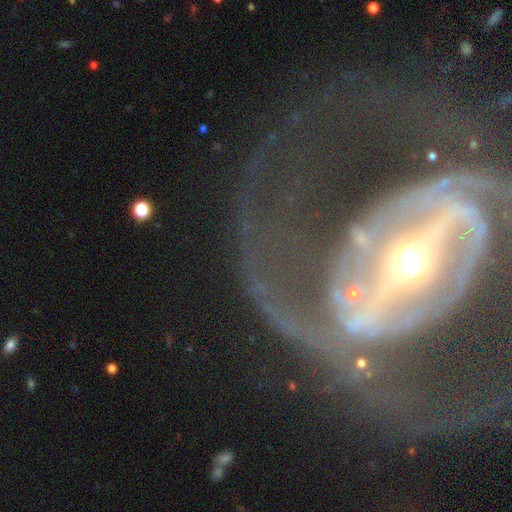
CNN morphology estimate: Smooth or featured? featured or disk (89%)
Edge-on disk? no (94%)
Bar? strong (74%)
Spiral arms? yes (83%)
Spiral winding? medium (45%)
Spiral arm count? 2 (78%)
Bulge size? moderate (53%)
Merging? none (56%)